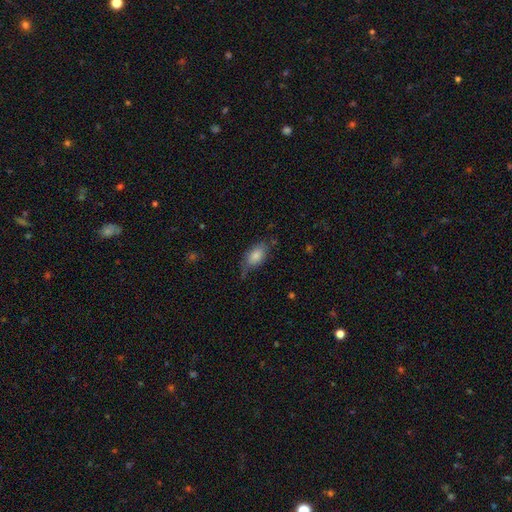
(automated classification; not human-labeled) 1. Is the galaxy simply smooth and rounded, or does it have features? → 81% smooth, 12% featured or disk, 7% star or artifact.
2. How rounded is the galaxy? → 91% in between, 5% round, 5% cigar-shaped.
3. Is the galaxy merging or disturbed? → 57% none, 31% minor disturbance, 10% major disturbance, 3% merger.